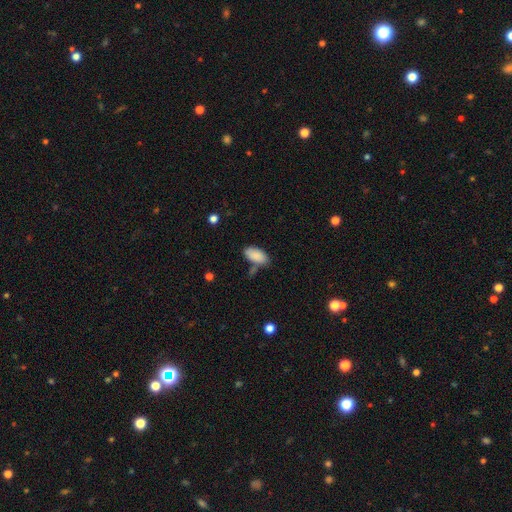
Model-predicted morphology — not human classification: Overall: smooth (88%). How rounded: in between (93%). Merging: none (65%).